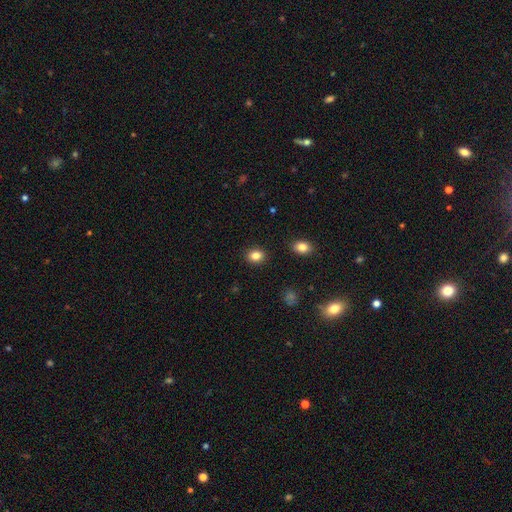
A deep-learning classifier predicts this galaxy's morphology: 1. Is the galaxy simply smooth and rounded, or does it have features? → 84% smooth, 10% star or artifact, 6% featured or disk.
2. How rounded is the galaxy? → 52% round, 47% in between, 1% cigar-shaped.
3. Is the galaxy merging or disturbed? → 89% none, 7% minor disturbance, 2% major disturbance, 1% merger.